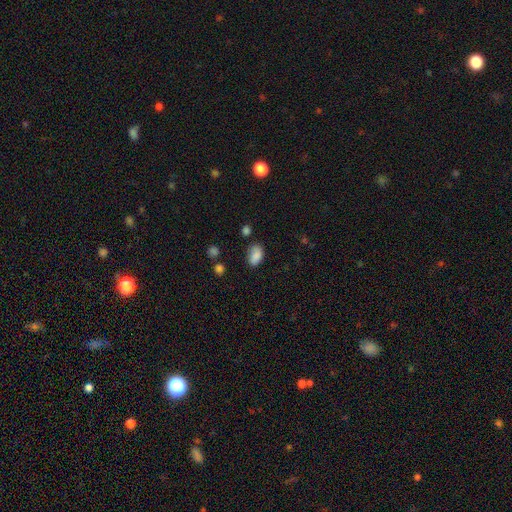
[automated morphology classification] Smooth or featured: smooth — 84% (star or artifact — 9%)
How rounded: in between — 89% (round — 10%)
Merging: none — 63% (minor disturbance — 26%)